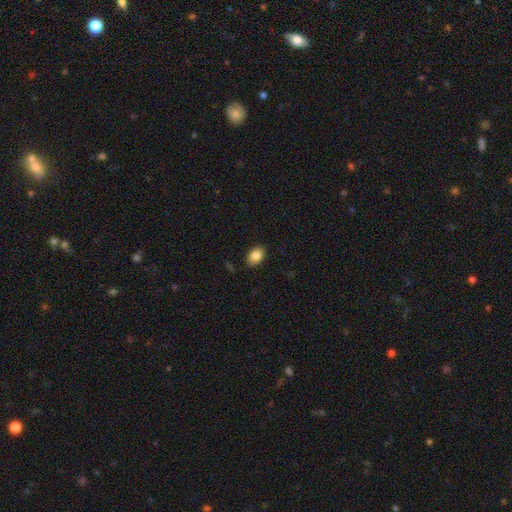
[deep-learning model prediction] This appears to be a smooth galaxy with no disk features (86%) that is in between round and cigar-shaped (83%). Merging: none (88%).